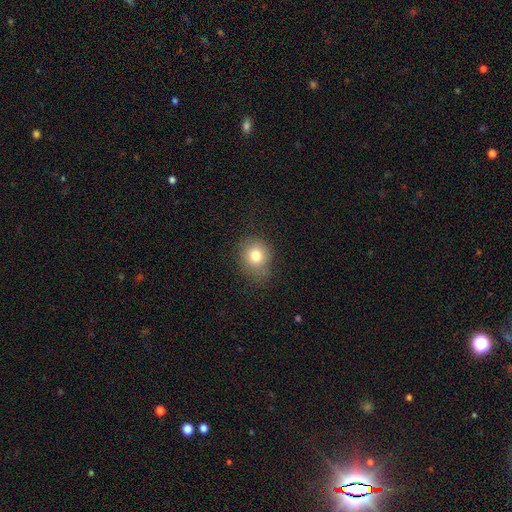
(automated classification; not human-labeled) Morphology: type=smooth (78%); roundness=round (73%); merging=none (71%).